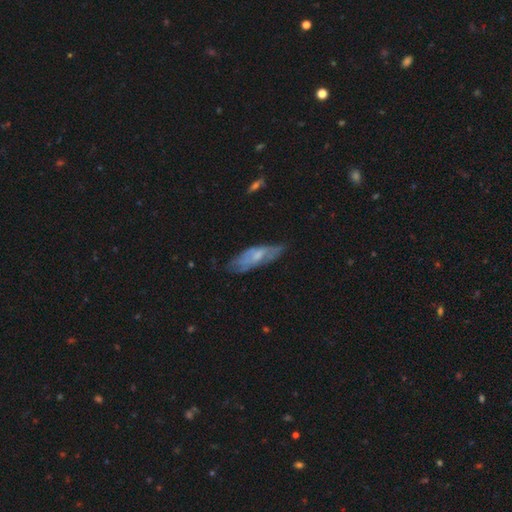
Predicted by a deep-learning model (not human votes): This appears to be a featured or disk galaxy (51%). Merging: none (60%).